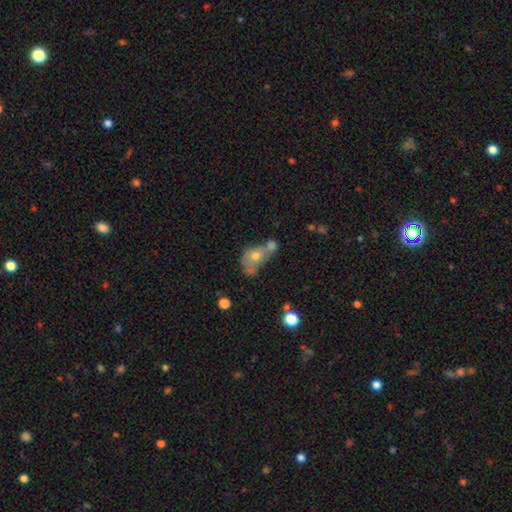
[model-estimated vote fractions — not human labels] A smooth galaxy with no disk features (61%) that is in between round and cigar-shaped (67%).

Vote fractions:
- Smooth or featured? smooth: 61% / featured or disk: 29% / star or artifact: 11%
- How rounded? in between: 67% / round: 30% / cigar-shaped: 3%
- Merging? merger: 59% / none: 17% / major disturbance: 12% / minor disturbance: 12%